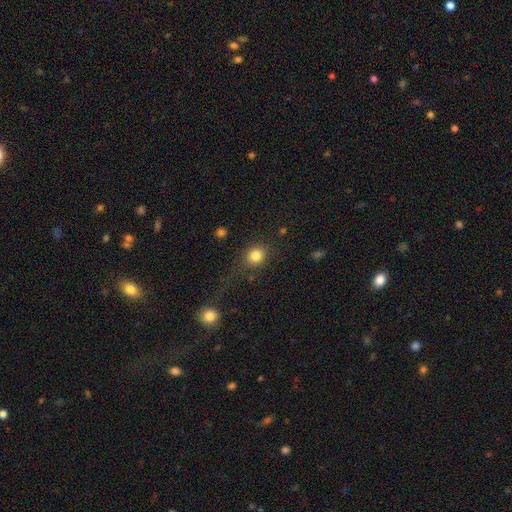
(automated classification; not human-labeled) Smooth or featured? Predicted: smooth (p=0.83). How rounded? Predicted: round (p=0.84). Merging? Predicted: none (p=0.73).